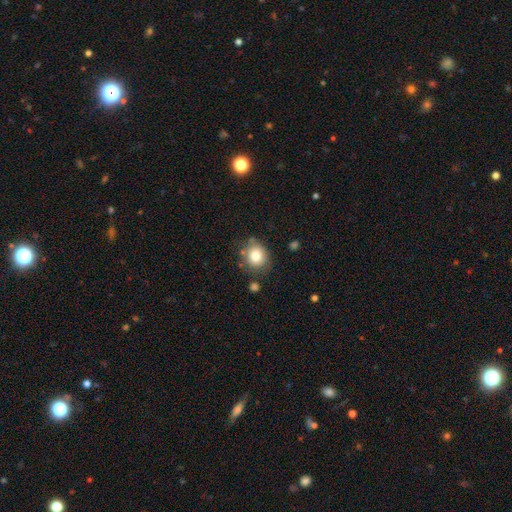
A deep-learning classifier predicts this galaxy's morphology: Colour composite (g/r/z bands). It shows a smooth galaxy with no disk features (80%) that is round (75%). Merging: none (73%).